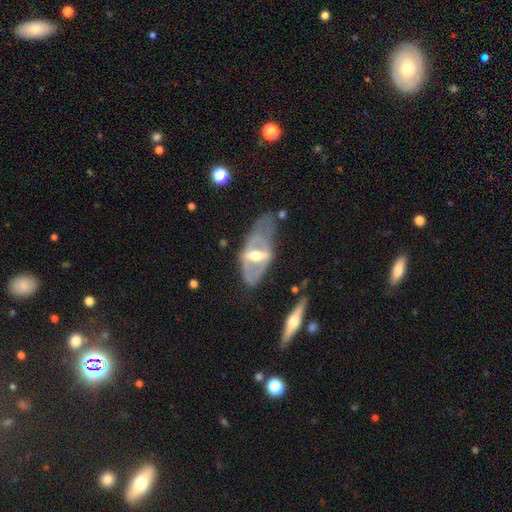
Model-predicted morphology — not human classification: Smooth or featured? Predicted: featured or disk (p=0.76). Edge-on disk? Predicted: no (p=0.78). Bar? Predicted: strong (p=0.66). Spiral arms? Predicted: no (p=0.65). Bulge size? Predicted: moderate (p=0.70). Merging? Predicted: none (p=0.42).